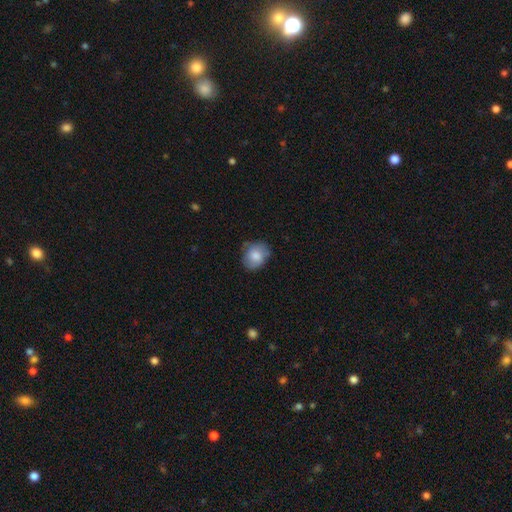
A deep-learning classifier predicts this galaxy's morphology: Q: Smooth or featured?
A: smooth (79%); runner-up: featured or disk (14%)
Q: How rounded?
A: round (53%); runner-up: in between (46%)
Q: Merging?
A: none (66%); runner-up: minor disturbance (27%)